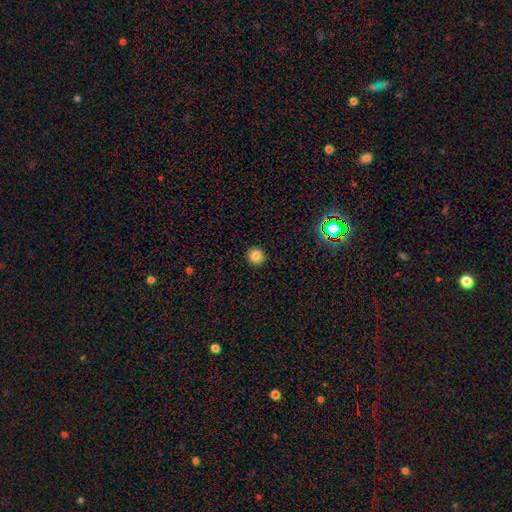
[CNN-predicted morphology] Q: Smooth or featured?
A: smooth (82%); runner-up: star or artifact (12%)
Q: How rounded?
A: round (94%); runner-up: in between (5%)
Q: Merging?
A: none (92%); runner-up: minor disturbance (5%)